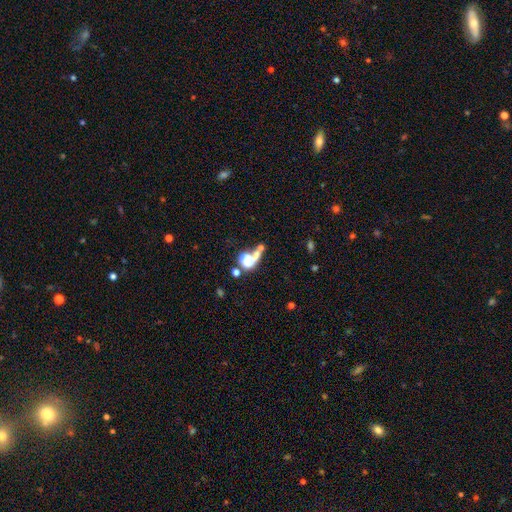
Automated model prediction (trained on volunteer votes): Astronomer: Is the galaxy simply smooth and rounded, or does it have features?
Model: smooth — 45% (runner-up: star or artifact, 40%).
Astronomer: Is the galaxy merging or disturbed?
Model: none — 46% (runner-up: merger, 37%).